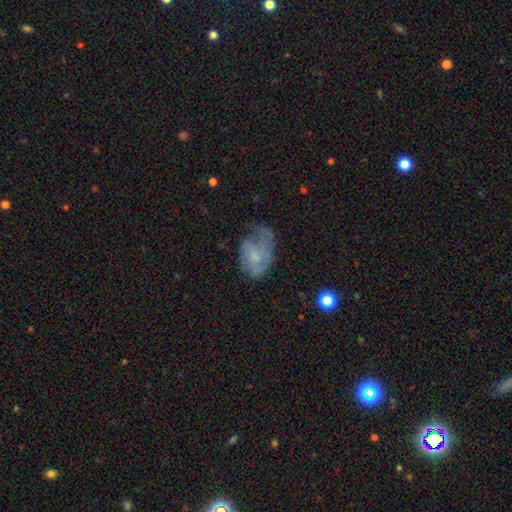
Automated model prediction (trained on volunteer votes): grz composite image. It shows a featured or disk galaxy (51%). Merging: none (37%).